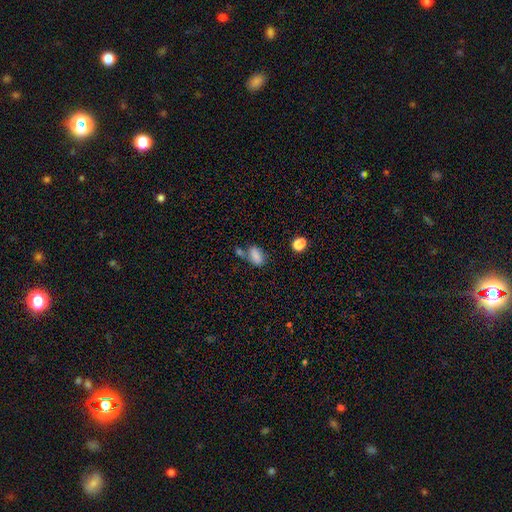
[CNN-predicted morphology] Smooth or featured? smooth (80%)
How rounded? in between (88%)
Merging? none (47%)